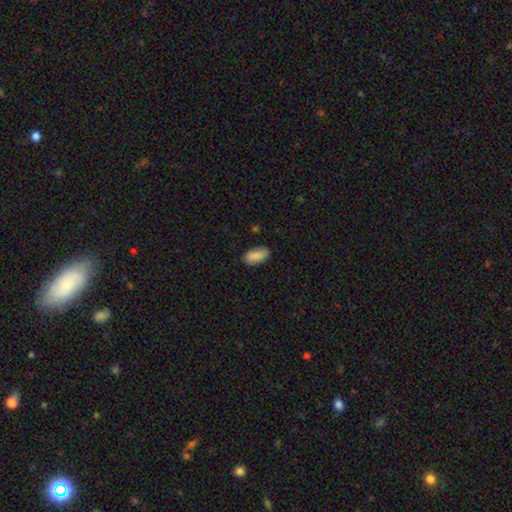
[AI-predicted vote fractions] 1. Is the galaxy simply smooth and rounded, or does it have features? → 85% smooth, 8% featured or disk, 7% star or artifact.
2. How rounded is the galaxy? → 91% in between, 6% cigar-shaped, 3% round.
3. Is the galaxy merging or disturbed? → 83% none, 13% minor disturbance, 3% major disturbance, 1% merger.